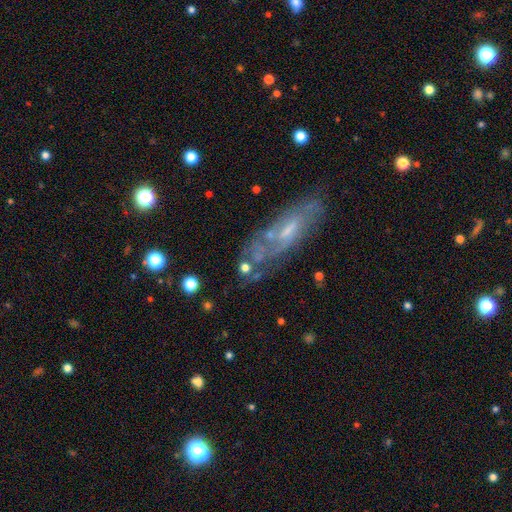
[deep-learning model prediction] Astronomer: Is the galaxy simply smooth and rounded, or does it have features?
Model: featured or disk — 66%.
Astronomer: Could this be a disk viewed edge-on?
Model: no — 78%.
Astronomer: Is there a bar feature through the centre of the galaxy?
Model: weak — 44% (runner-up: no, 42%).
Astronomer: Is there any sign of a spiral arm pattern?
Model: yes — 65%.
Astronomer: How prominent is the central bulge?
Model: small — 44% (runner-up: moderate, 34%).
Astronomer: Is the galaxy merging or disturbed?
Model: none — 61%.